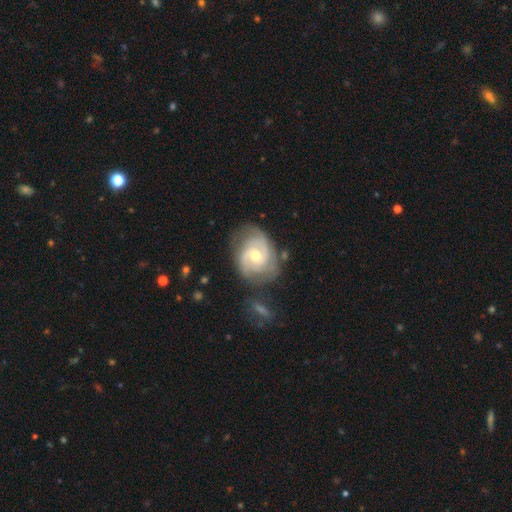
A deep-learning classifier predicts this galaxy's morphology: This is clearly a featured or disk galaxy (85%). It is clearly not viewed edge-on (97%). Bar: likely no (62%). Spiral arm pattern: clearly yes (95%). Spiral arm count: possibly 2 (54%). Spiral winding: possibly tight (53%). Central bulge: likely moderate (66%). Merging: likely none (64%).